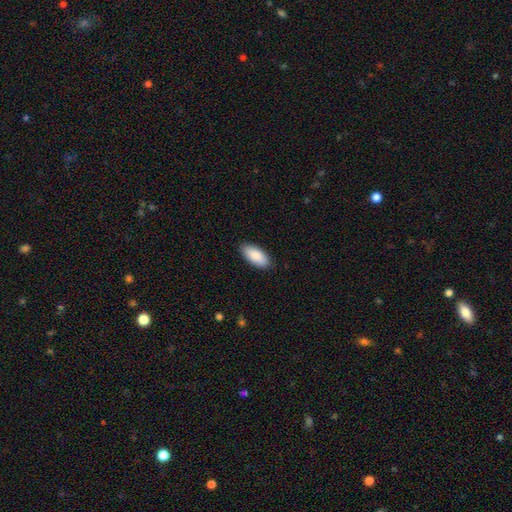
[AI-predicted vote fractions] The model was most divided on "merging": none: 89%, minor disturbance: 9%, major disturbance: 2%, merger: 1%. More confident: how rounded — in between (90%); smooth or featured — smooth (89%).